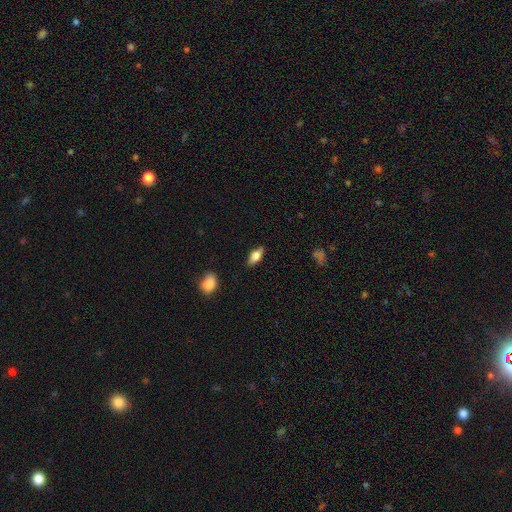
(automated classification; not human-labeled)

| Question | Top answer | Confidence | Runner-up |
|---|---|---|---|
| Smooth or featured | smooth | 70% | featured or disk (23%) |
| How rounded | in between | 81% | cigar-shaped (16%) |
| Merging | none | 86% | minor disturbance (10%) |